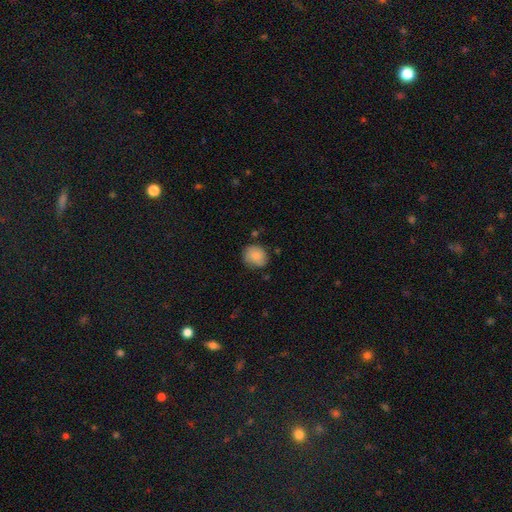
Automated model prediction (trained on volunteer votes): Smooth or featured? smooth (74%)
How rounded? round (73%)
Merging? none (69%)